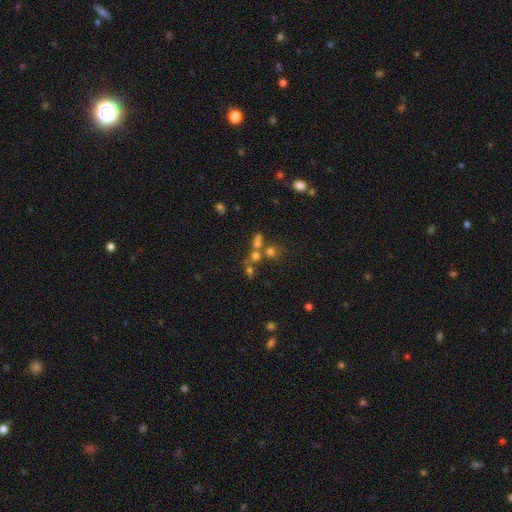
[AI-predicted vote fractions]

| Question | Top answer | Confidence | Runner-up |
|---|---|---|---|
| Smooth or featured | smooth | 54% | star or artifact (28%) |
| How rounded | round | 81% | in between (17%) |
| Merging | none | 47% | merger (40%) |